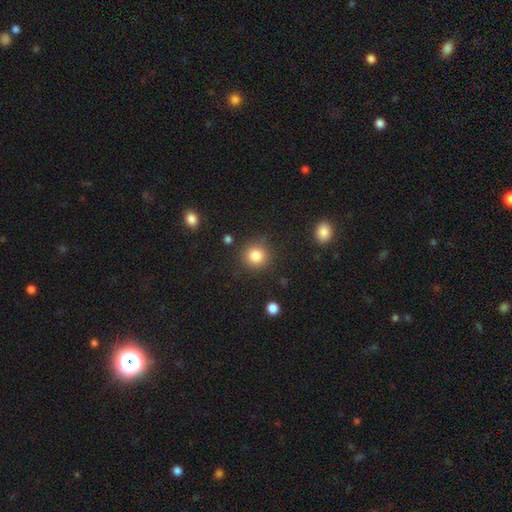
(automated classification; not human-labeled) Smooth or featured?
  - smooth: 84% *
  - star or artifact: 11%
  - featured or disk: 5%
How rounded?
  - round: 91% *
  - in between: 8%
  - cigar-shaped: 1%
Merging?
  - none: 85% *
  - minor disturbance: 9%
  - major disturbance: 3%
  - merger: 3%